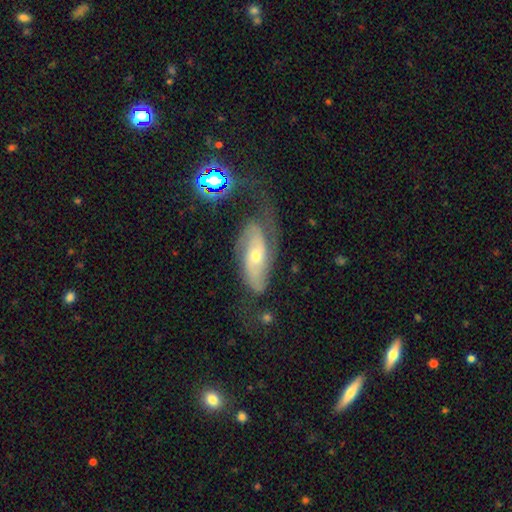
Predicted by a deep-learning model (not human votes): Smooth or featured? featured or disk (75%)
Edge-on disk? no (89%)
Bar? no (62%)
Spiral arms? yes (90%)
Spiral winding? medium (40%)
Spiral arm count? 2 (69%)
Bulge size? small (52%)
Merging? none (51%)